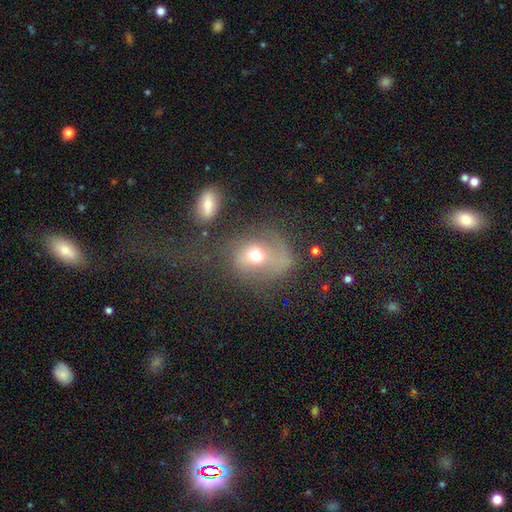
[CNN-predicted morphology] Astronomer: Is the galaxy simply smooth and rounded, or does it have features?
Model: smooth — 56%.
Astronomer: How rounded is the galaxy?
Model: round — 62%.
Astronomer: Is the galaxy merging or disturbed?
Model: none — 40% (runner-up: major disturbance, 30%).